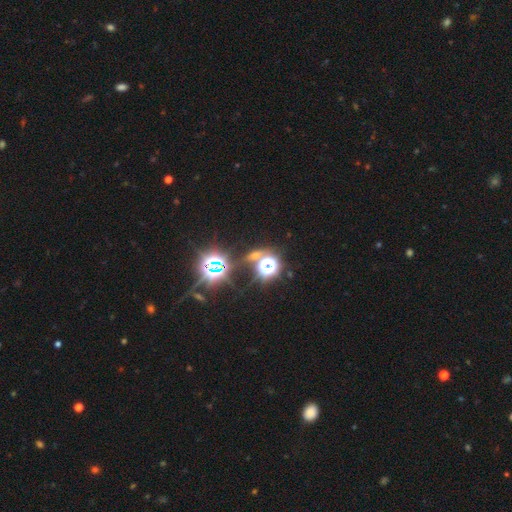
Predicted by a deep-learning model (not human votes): This is likely a star or artifact rather than a galaxy (71%).